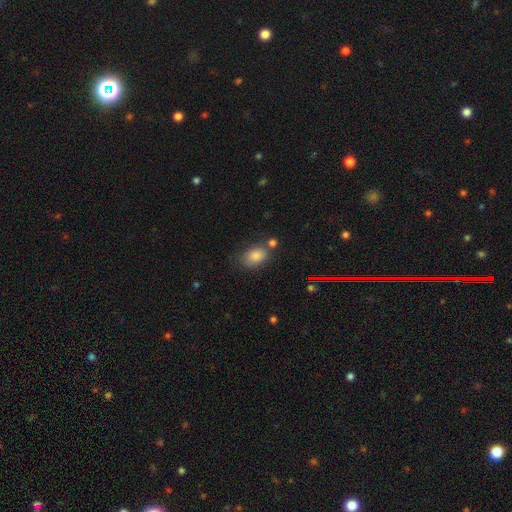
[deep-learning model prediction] Smooth or featured? smooth (83%)
How rounded? in between (81%)
Merging? none (67%)